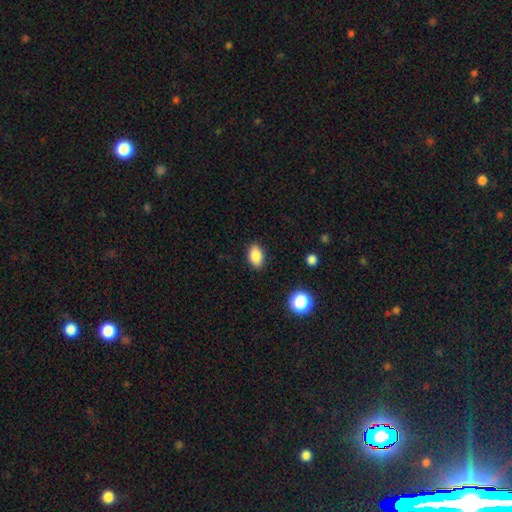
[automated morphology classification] A smooth galaxy with no disk features (87%) that is in between round and cigar-shaped (87%). Merging: none (88%).